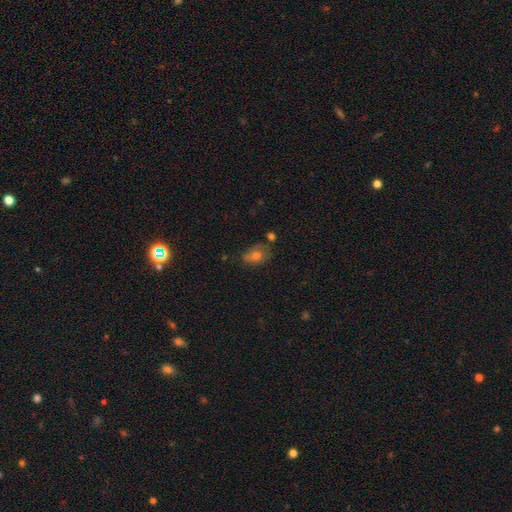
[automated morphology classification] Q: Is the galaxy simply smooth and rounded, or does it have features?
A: smooth — 68%.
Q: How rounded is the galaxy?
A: in between — 71%.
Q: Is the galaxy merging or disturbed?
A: none — 59%.